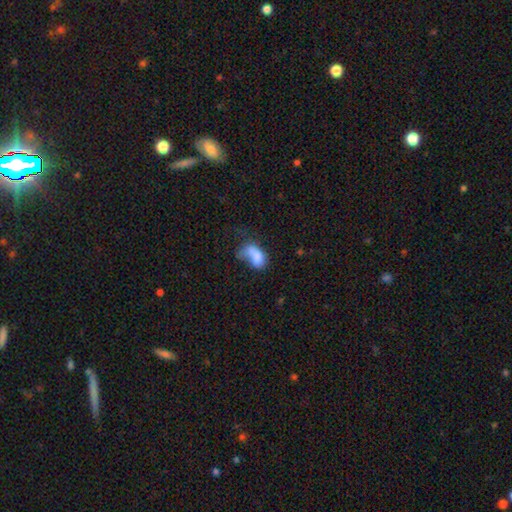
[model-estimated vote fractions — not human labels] Smooth or featured? smooth (72%)
How rounded? in between (89%)
Merging? major disturbance (38%)